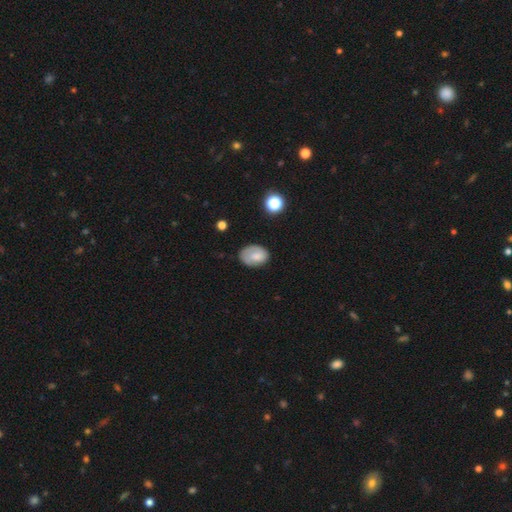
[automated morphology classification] Smooth or featured? Predicted: smooth (p=0.72). How rounded? Predicted: in between (p=0.76). Merging? Predicted: none (p=0.64).